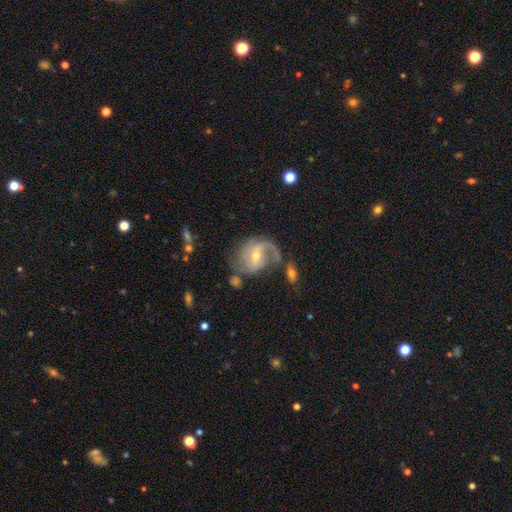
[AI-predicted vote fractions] smooth-or-featured: featured or disk: 81% | smooth: 13% | star or artifact: 6%
  disk-edge-on: no: 97% | yes: 3%
    bar: weak: 51% | strong: 25% | no: 24%
    has-spiral-arms: yes: 91% | no: 9%
      spiral-winding: medium: 42% | loose: 37% | tight: 21%
      spiral-arm-count: 2: 55% | 1: 26% | can't tell: 11% | 3: 5% | 4: 2% | more than 4: 2%
    bulge-size: moderate: 53% | small: 43% | large: 2% | none: 1% | dominant: 1%
  merging: none: 50% | minor disturbance: 21% | major disturbance: 20% | merger: 9%